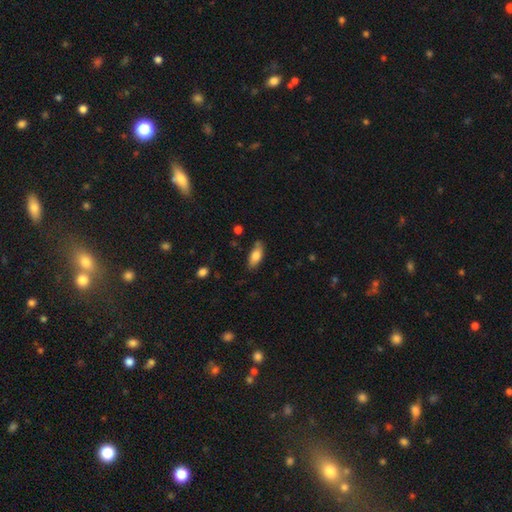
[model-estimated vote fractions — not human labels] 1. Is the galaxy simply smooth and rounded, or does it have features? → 77% smooth, 16% featured or disk, 6% star or artifact.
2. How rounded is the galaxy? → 79% in between, 18% cigar-shaped, 2% round.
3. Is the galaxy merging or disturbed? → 76% none, 19% minor disturbance, 3% major disturbance, 2% merger.